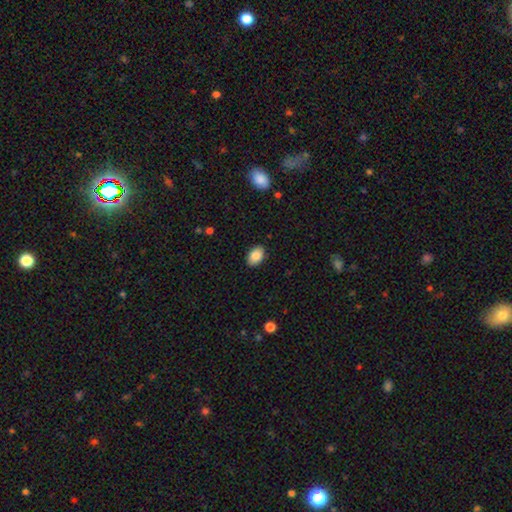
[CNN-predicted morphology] smooth_or_featured: smooth (p=0.86) [alt: star or artifact p=0.07]
how_rounded: in between (p=0.88) [alt: round p=0.11]
merging: none (p=0.88) [alt: minor disturbance p=0.09]